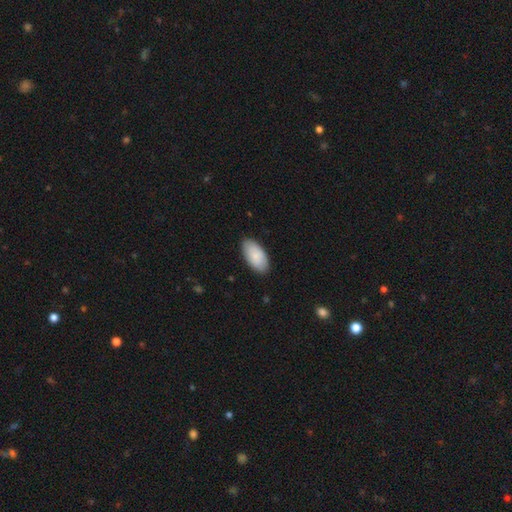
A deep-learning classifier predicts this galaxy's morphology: A smooth galaxy with no disk features (86%) that is in between round and cigar-shaped (95%). Merging: none (86%).